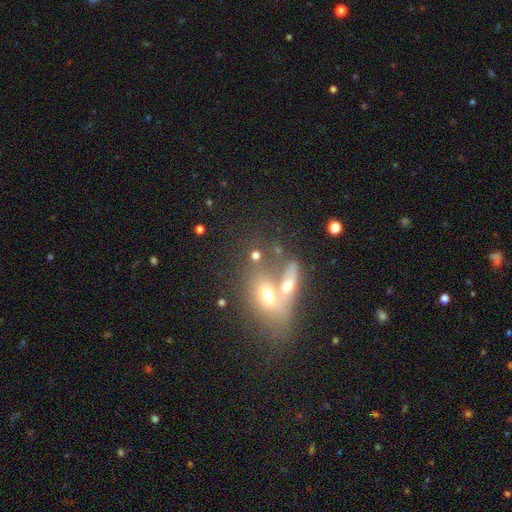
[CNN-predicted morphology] Overall: smooth (65%). How rounded: round (56%; in between 37%). Merging: none (43%; merger 41%).